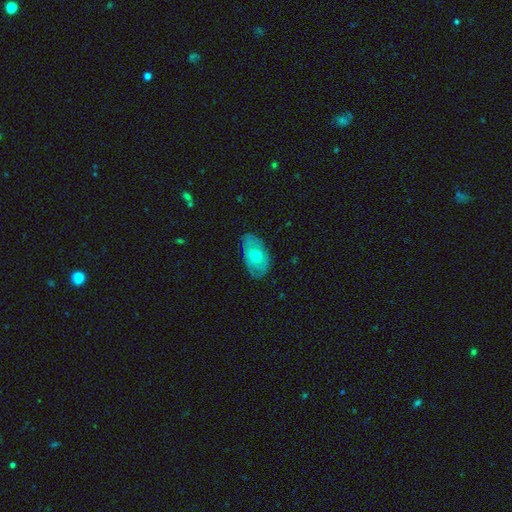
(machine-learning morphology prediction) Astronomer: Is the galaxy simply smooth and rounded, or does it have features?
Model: smooth — 57% (runner-up: featured or disk, 37%).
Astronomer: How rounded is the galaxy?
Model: in between — 92%.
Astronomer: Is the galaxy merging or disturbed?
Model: none — 72%.